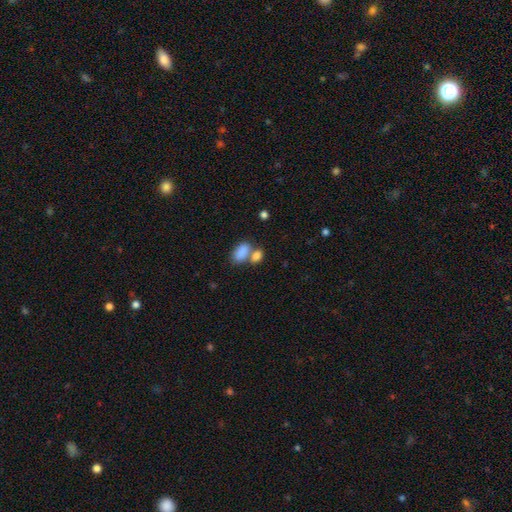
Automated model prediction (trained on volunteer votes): Smooth or featured? smooth (84%)
How rounded? in between (90%)
Merging? merger (52%)